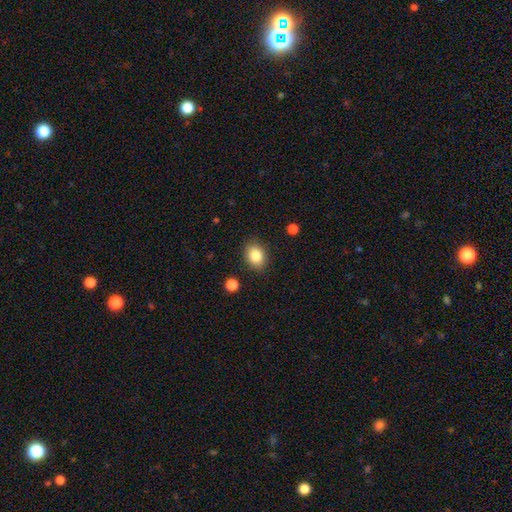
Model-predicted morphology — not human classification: The model was most divided on "how rounded": in between: 59%, round: 40%, cigar-shaped: 1%. More confident: merging — none (87%); smooth or featured — smooth (84%).